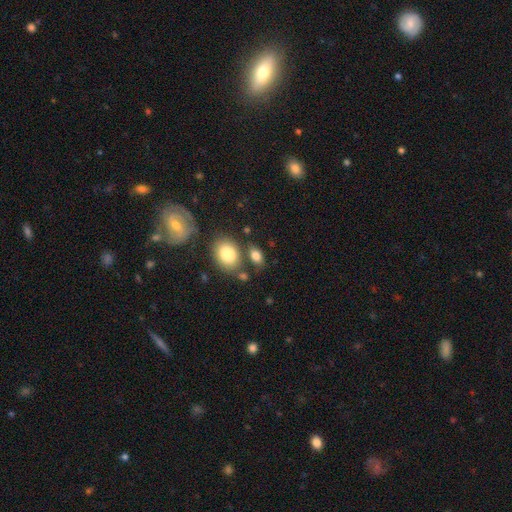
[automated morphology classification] Smooth or featured? Predicted: smooth (p=0.82). How rounded? Predicted: in between (p=0.81). Merging? Predicted: none (p=0.66).